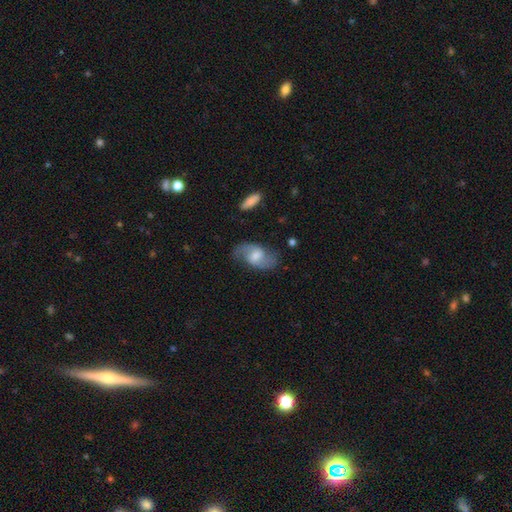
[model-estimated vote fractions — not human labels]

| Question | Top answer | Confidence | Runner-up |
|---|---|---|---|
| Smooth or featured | featured or disk | 62% | smooth (31%) |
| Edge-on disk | no | 95% | yes (5%) |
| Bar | weak | 54% | no (31%) |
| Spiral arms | yes | 87% | no (13%) |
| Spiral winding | loose | 48% | medium (40%) |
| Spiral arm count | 2 | 88% | can't tell (7%) |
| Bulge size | moderate | 50% | small (32%) |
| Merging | none | 72% | minor disturbance (18%) |